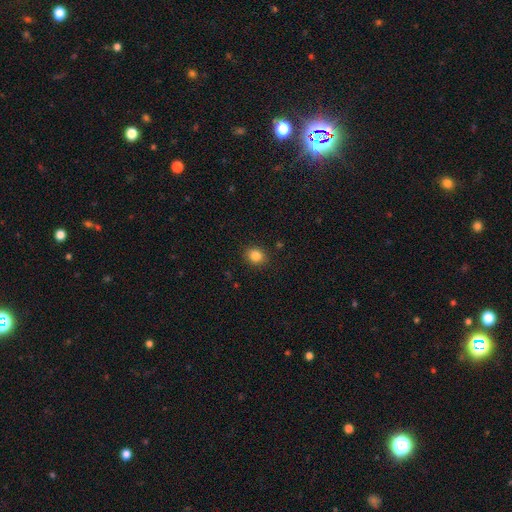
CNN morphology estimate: smooth_or_featured: smooth (p=0.84) [alt: star or artifact p=0.11]
how_rounded: round (p=0.72) [alt: in between p=0.27]
merging: none (p=0.89) [alt: minor disturbance p=0.08]